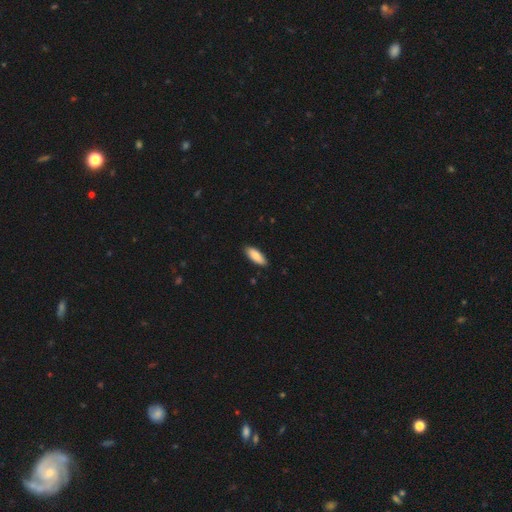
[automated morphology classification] Smooth or featured? Predicted: smooth (p=0.86). How rounded? Predicted: in between (p=0.73). Merging? Predicted: none (p=0.88).